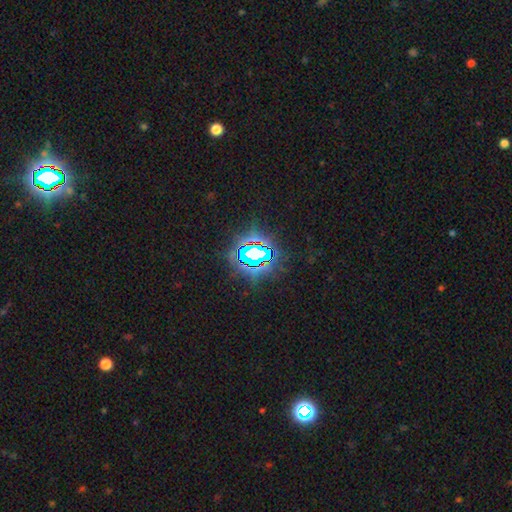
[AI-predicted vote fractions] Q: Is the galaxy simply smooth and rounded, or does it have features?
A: star or artifact — 78%.